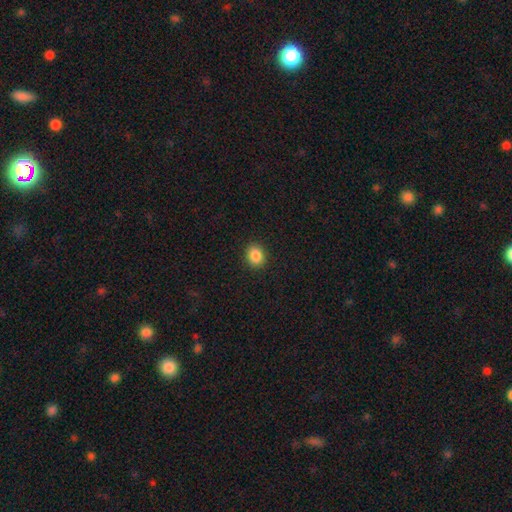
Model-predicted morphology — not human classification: The model was most divided on "how rounded": round: 63%, in between: 36%, cigar-shaped: 1%. More confident: merging — none (91%); smooth or featured — smooth (86%).